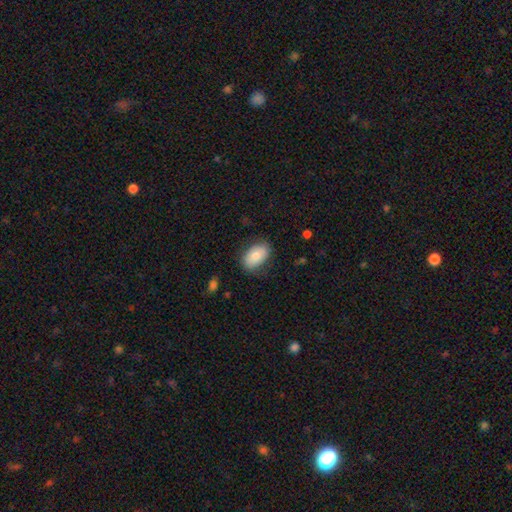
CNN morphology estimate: Smooth or featured? smooth (76%)
How rounded? in between (90%)
Merging? none (79%)